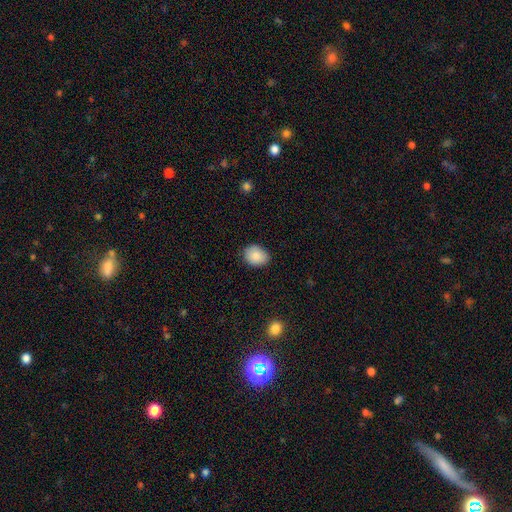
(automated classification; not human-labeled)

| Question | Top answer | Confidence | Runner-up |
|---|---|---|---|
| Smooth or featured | smooth | 86% | star or artifact (8%) |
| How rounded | in between | 55% | round (44%) |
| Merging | none | 81% | minor disturbance (16%) |